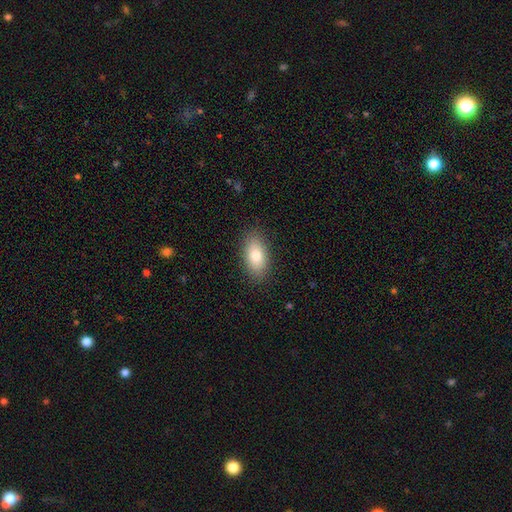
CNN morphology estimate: The model was most divided on "smooth or featured": smooth: 78%, featured or disk: 14%, star or artifact: 8%. More confident: how rounded — in between (91%); merging — none (87%).